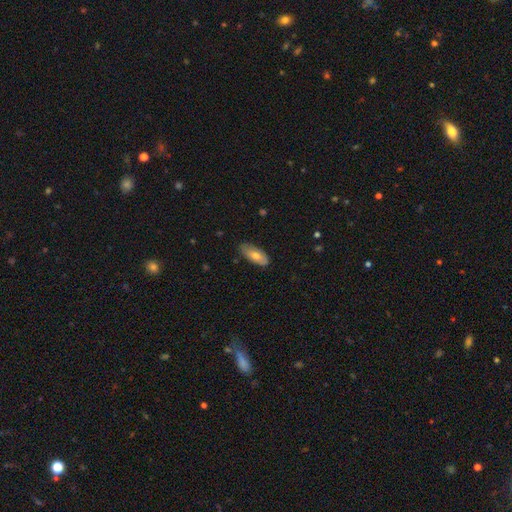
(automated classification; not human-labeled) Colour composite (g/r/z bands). It shows a smooth galaxy with no disk features (70%) that is in between round and cigar-shaped (86%). Merging: none (81%).